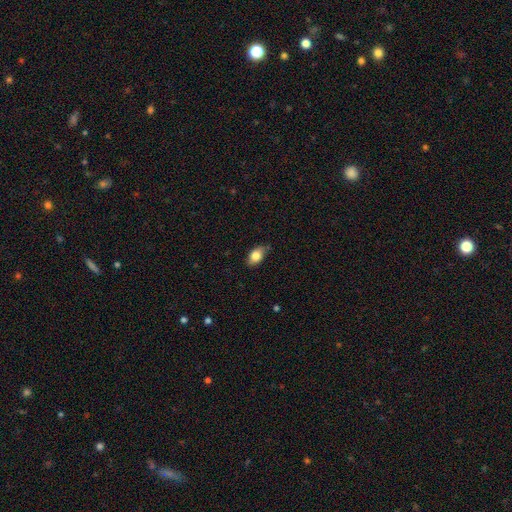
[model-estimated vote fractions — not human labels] A smooth galaxy with no disk features (81%) that is in between round and cigar-shaped (88%).

Vote fractions:
- Smooth or featured? smooth: 81% / featured or disk: 11% / star or artifact: 7%
- How rounded? in between: 88% / round: 9% / cigar-shaped: 3%
- Merging? none: 74% / minor disturbance: 21% / major disturbance: 3% / merger: 1%